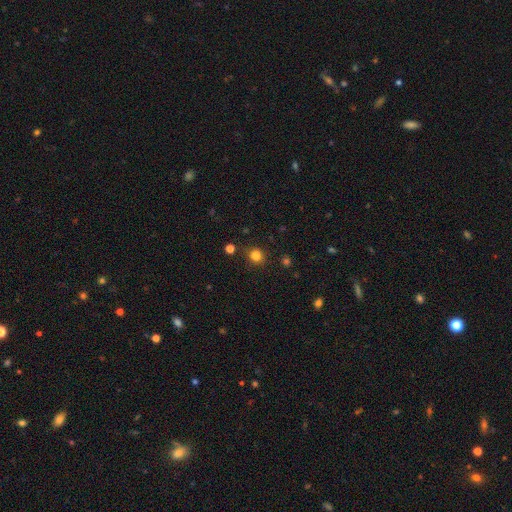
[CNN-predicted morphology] Smooth or featured? Predicted: smooth (p=0.81). How rounded? Predicted: round (p=0.83). Merging? Predicted: none (p=0.85).